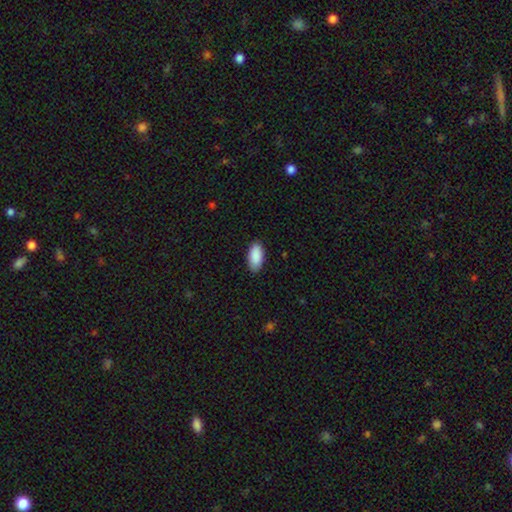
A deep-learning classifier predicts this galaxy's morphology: This is clearly a smooth galaxy (91%). How rounded: clearly in between (93%). Merging: clearly none (88%).